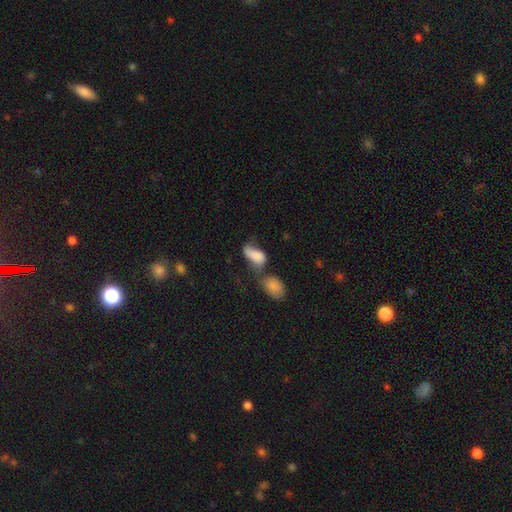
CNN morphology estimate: Q: Smooth or featured?
A: smooth (77%); runner-up: featured or disk (15%)
Q: How rounded?
A: in between (90%); runner-up: cigar-shaped (5%)
Q: Merging?
A: merger (44%); runner-up: none (22%)